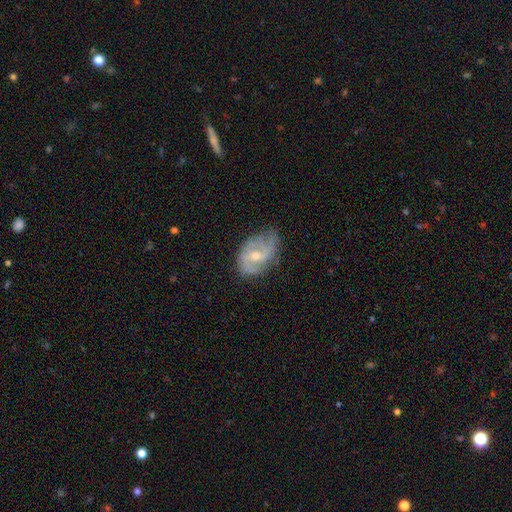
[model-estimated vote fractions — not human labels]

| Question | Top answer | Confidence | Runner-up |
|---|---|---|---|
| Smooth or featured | featured or disk | 76% | smooth (18%) |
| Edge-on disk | no | 97% | yes (3%) |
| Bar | weak | 46% | no (45%) |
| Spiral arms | yes | 90% | no (10%) |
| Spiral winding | medium | 46% | tight (28%) |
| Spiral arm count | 2 | 53% | can't tell (20%) |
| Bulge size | small | 50% | moderate (46%) |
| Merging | none | 57% | minor disturbance (30%) |